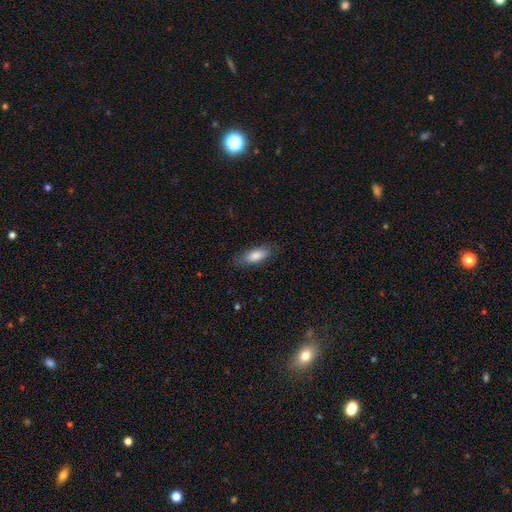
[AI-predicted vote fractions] smooth 83%, featured or disk 11%, star or artifact 6%. Down the decision tree: how rounded — in between (75%); merging — none (80%).